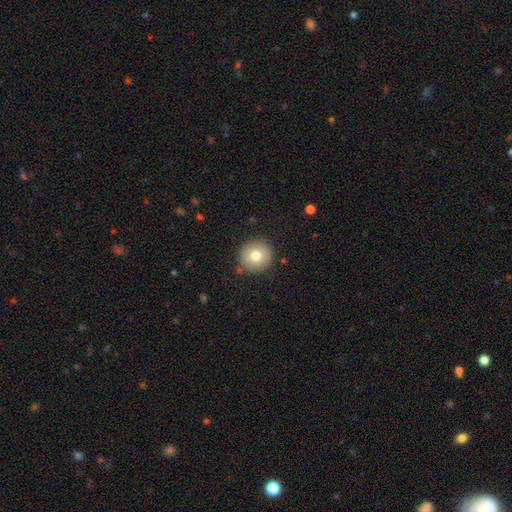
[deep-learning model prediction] The model was most divided on "smooth or featured": smooth: 77%, featured or disk: 14%, star or artifact: 9%. More confident: how rounded — round (95%); merging — none (89%).